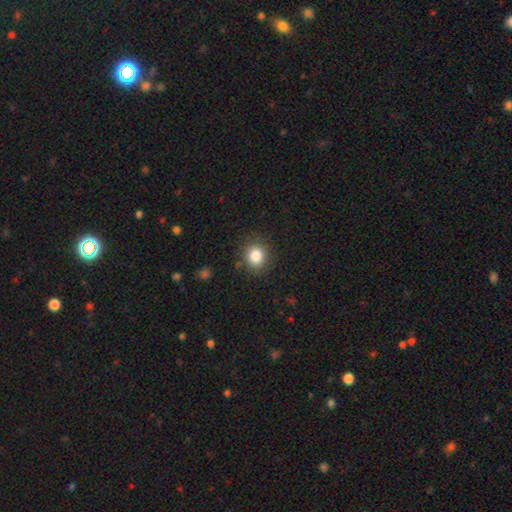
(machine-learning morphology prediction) Overall: smooth (84%). How rounded: round (73%). Merging: none (85%).